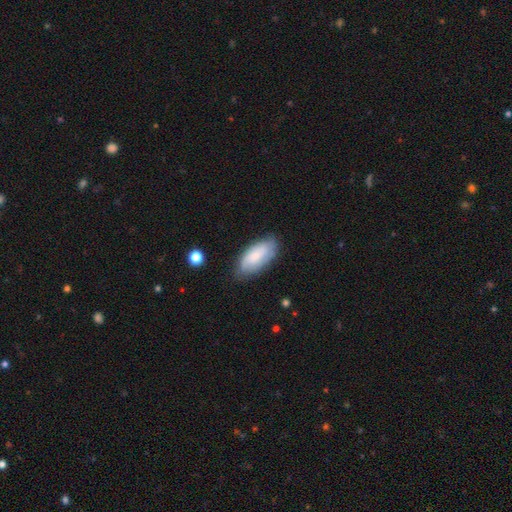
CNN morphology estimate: Smooth or featured? Predicted: smooth (p=0.62). How rounded? Predicted: in between (p=0.89). Merging? Predicted: none (p=0.72).